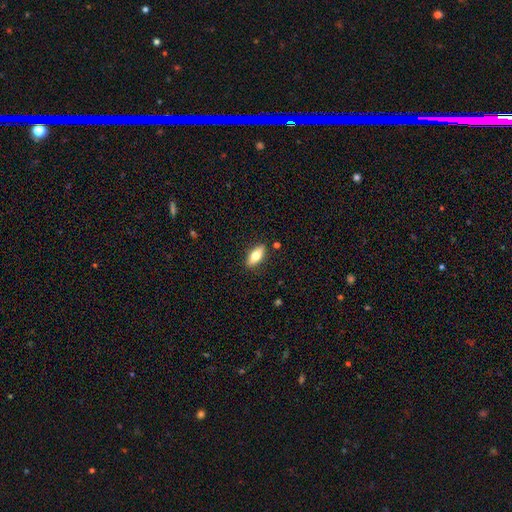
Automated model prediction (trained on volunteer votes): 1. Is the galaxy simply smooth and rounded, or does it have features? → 65% smooth, 28% featured or disk, 7% star or artifact.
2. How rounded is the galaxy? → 75% in between, 22% cigar-shaped, 3% round.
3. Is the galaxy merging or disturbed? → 88% none, 9% minor disturbance, 2% major disturbance, 2% merger.